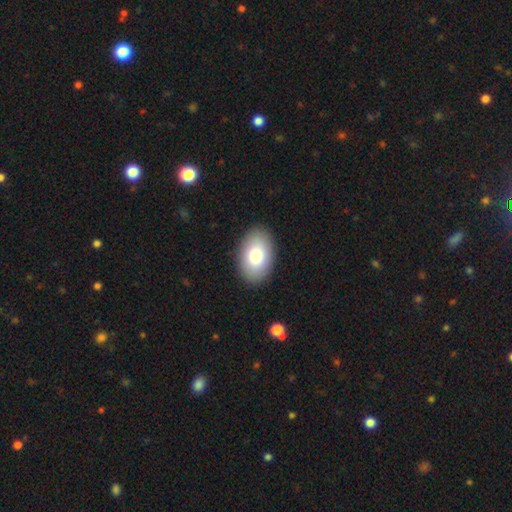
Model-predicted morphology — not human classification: A smooth galaxy with no disk features (80%) that is in between round and cigar-shaped (90%). Merging: none (90%).